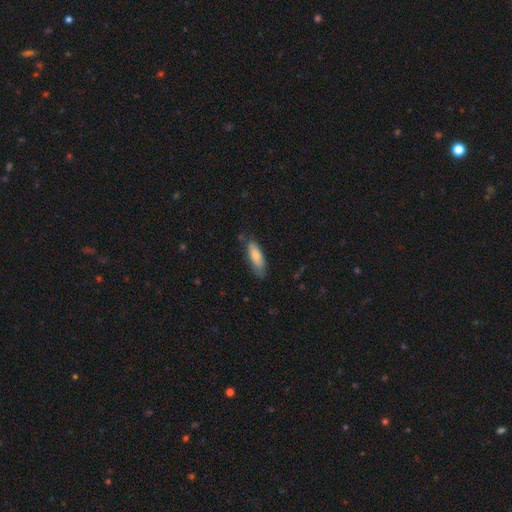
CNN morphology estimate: Smooth or featured?
  - smooth: 78% *
  - featured or disk: 16%
  - star or artifact: 6%
How rounded?
  - in between: 60% *
  - cigar-shaped: 38%
  - round: 2%
Merging?
  - none: 70% *
  - minor disturbance: 24%
  - major disturbance: 4%
  - merger: 2%